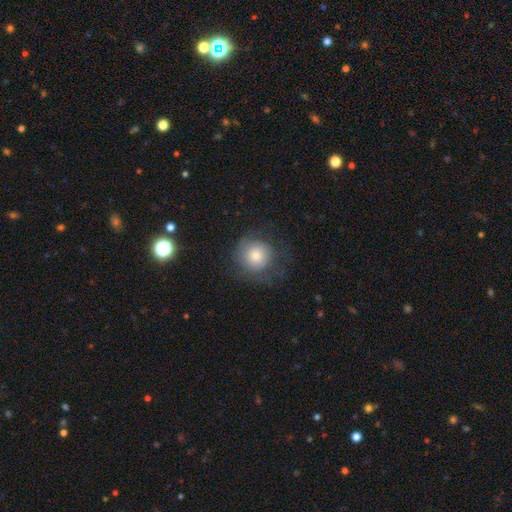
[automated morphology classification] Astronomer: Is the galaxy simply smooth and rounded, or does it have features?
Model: smooth — 67%.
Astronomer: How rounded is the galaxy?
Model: round — 92%.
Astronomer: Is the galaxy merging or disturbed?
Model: none — 65%.